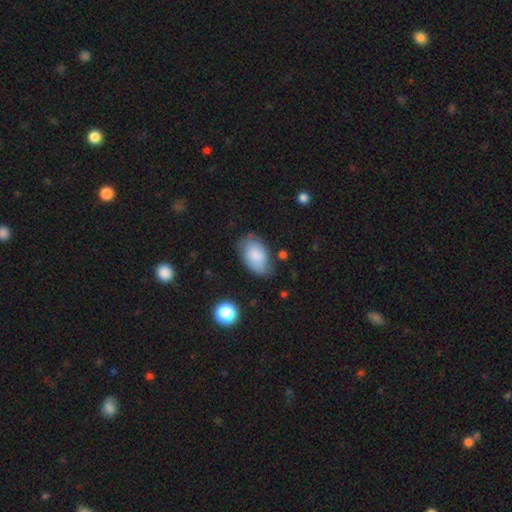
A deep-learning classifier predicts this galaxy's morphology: A smooth galaxy with no disk features (81%) that is in between round and cigar-shaped (92%). Merging: none (64%).